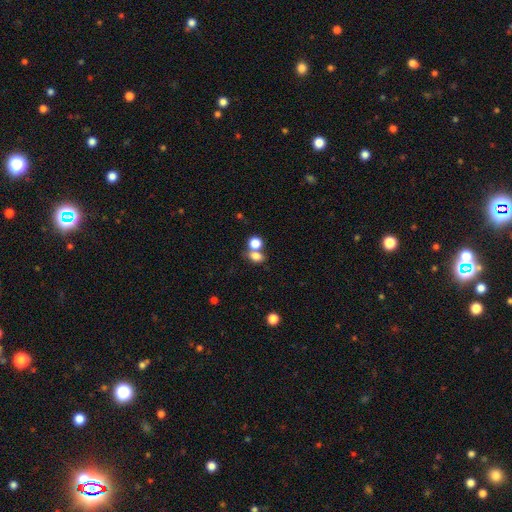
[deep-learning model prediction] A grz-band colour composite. It shows a smooth galaxy with no disk features (78%) that is in between round and cigar-shaped (62%). Merging: none (43%, tied with merger).